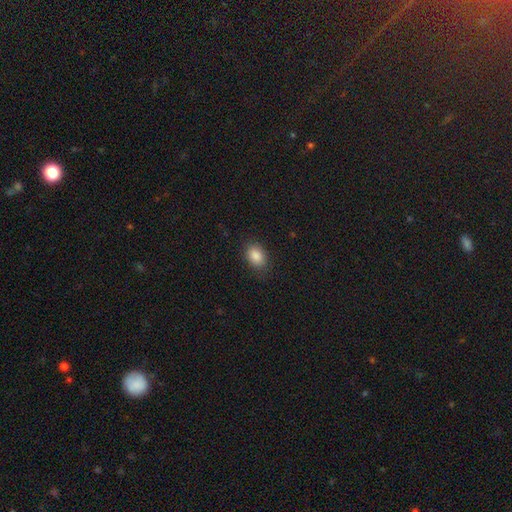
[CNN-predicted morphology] A smooth galaxy with no disk features (87%) that is in between round and cigar-shaped (79%). Merging: none (84%).